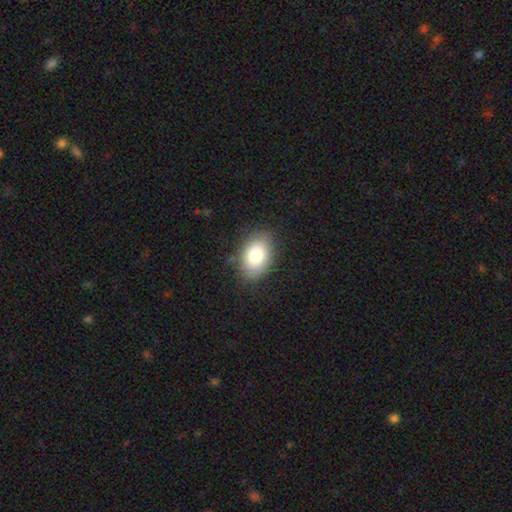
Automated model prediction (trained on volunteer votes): Smooth or featured?
  - smooth: 82% *
  - featured or disk: 10%
  - star or artifact: 8%
How rounded?
  - in between: 87% *
  - round: 12%
  - cigar-shaped: 1%
Merging?
  - none: 82% *
  - minor disturbance: 13%
  - major disturbance: 3%
  - merger: 1%